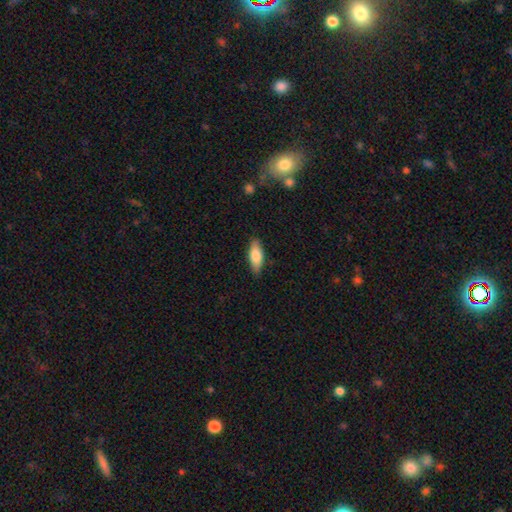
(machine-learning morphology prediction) The model was most divided on "how rounded": in between: 70%, cigar-shaped: 28%, round: 2%. More confident: merging — none (85%); smooth or featured — smooth (78%).